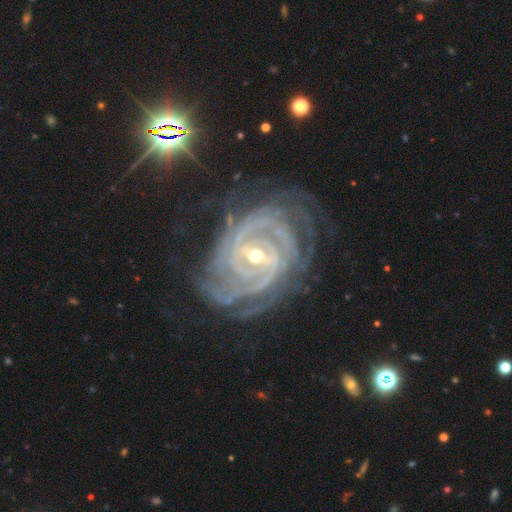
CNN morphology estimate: A featured or disk galaxy (92%) with a strong bar (46%), 4 (24%) tight (78%) spiral arms (99%) and a small central bulge (58%).

Vote fractions:
- Smooth or featured? featured or disk: 92% / star or artifact: 5% / smooth: 3%
- Edge-on disk? no: 97% / yes: 3%
- Bar? strong: 46% / weak: 38% / no: 15%
- Spiral arms? yes: 99% / no: 1%
- Spiral winding? tight: 78% / medium: 19% / loose: 3%
- Spiral arm count? 4: 24% / 3: 19% / can't tell: 18% / 2: 17% / more than 4: 14% / 1: 8%
- Bulge size? small: 58% / moderate: 39% / large: 1% / none: 1% / dominant: 1%
- Merging? none: 72% / minor disturbance: 17% / major disturbance: 9% / merger: 2%